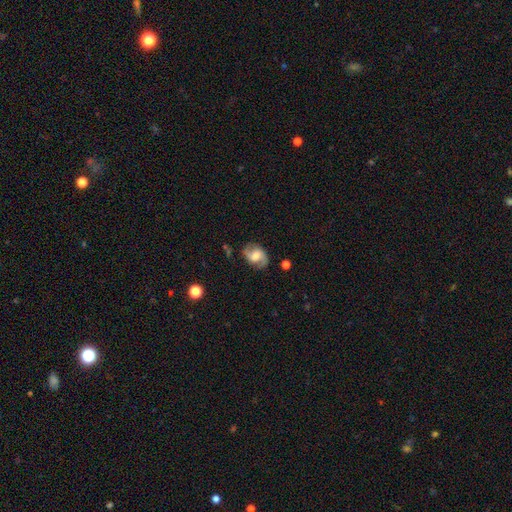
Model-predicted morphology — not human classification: Overall: featured or disk (74%). Edge-on disk: no (97%). Bar: weak (47%; no 39%). Spiral arms: yes (94%). Spiral arm count: 2 (91%). Spiral winding: medium (48%; loose 35%). Bulge size: moderate (48%; small 23%). Merging: none (80%).